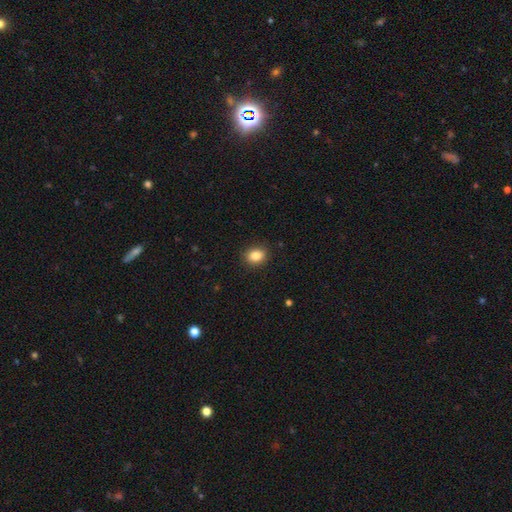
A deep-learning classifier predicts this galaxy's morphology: Smooth or featured?
  - smooth: 85% *
  - star or artifact: 9%
  - featured or disk: 5%
How rounded?
  - in between: 55% *
  - round: 44%
  - cigar-shaped: 1%
Merging?
  - none: 89% *
  - minor disturbance: 8%
  - major disturbance: 2%
  - merger: 1%